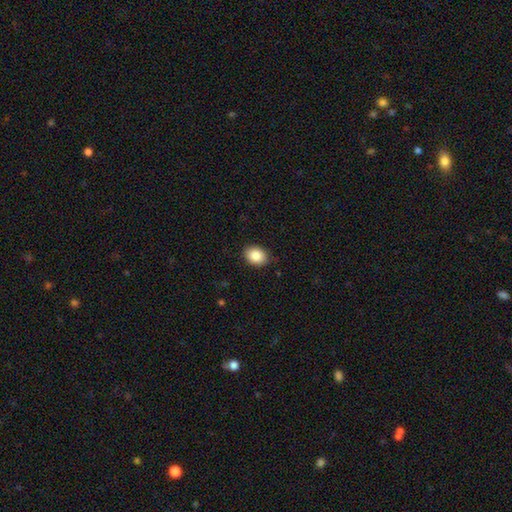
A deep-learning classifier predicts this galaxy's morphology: This is clearly a smooth galaxy (86%). How rounded: likely in between (61%). Merging: clearly none (87%).